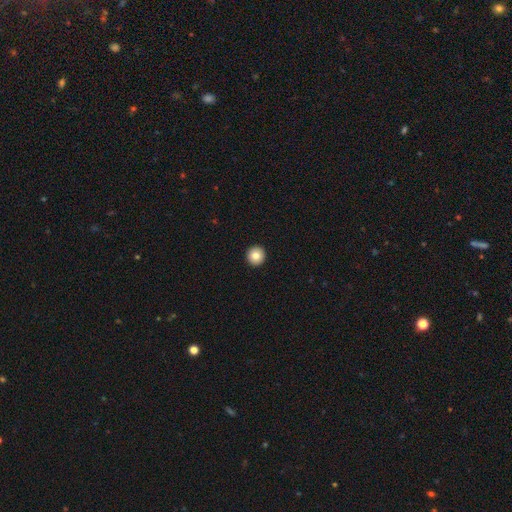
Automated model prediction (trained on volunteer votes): smooth_or_featured: smooth (p=0.82) [alt: star or artifact p=0.09]
how_rounded: round (p=0.96) [alt: in between p=0.03]
merging: none (p=0.95) [alt: minor disturbance p=0.03]